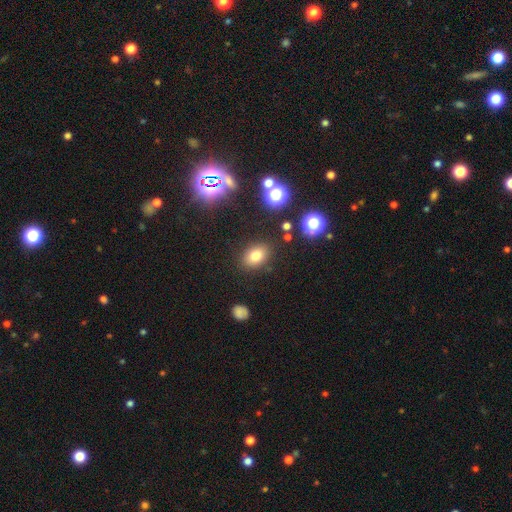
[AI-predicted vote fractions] Overall: smooth (76%). How rounded: in between (71%). Merging: none (85%).